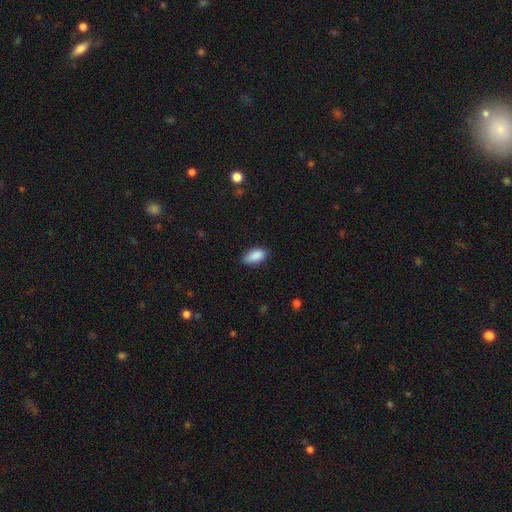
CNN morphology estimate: type=smooth (88%); roundness=in between (92%); merging=none (79%).